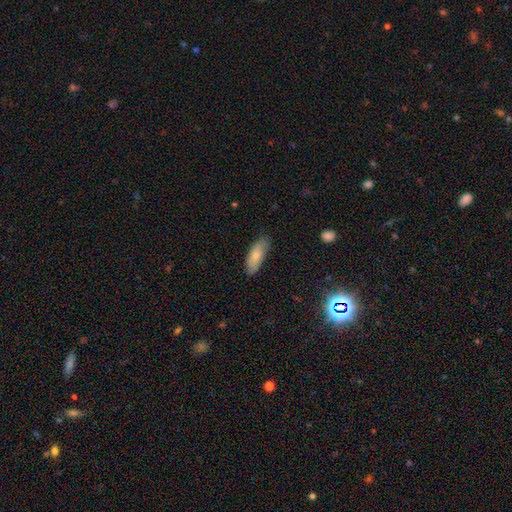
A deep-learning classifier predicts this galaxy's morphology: Smooth or featured? Predicted: smooth (p=0.78). How rounded? Predicted: in between (p=0.73). Merging? Predicted: none (p=0.76).